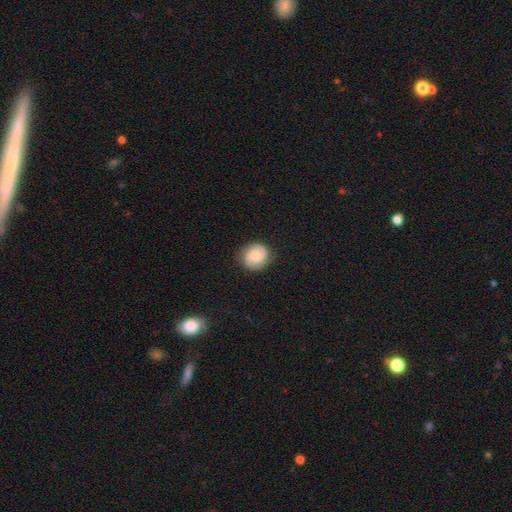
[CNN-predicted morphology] type=featured or disk (69%); edge-on=no (98%); bar=no (57%); spiral arms=yes (96%); winding=tight (49%); arm count=2 (90%); bulge=moderate (42%); merging=none (85%).